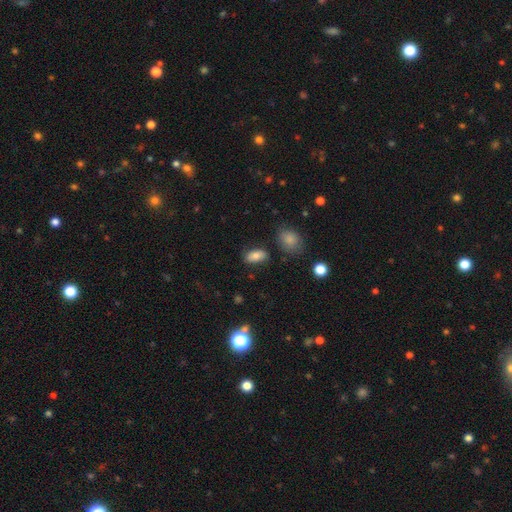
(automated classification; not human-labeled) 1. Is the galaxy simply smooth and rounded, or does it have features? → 78% smooth, 12% featured or disk, 9% star or artifact.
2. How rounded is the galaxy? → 91% in between, 7% round, 2% cigar-shaped.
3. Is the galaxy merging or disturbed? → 74% none, 17% minor disturbance, 5% major disturbance, 3% merger.